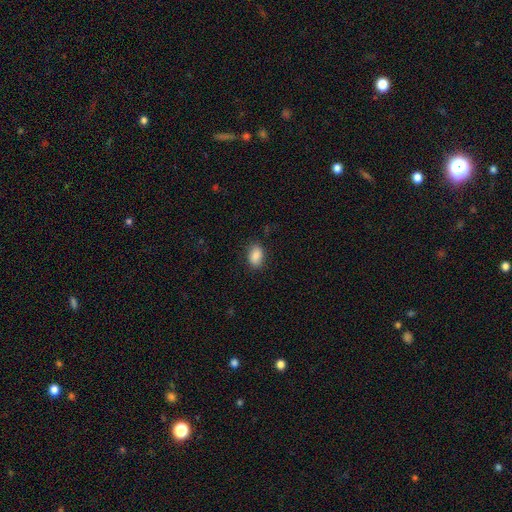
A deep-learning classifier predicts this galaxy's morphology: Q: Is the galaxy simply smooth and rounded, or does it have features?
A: smooth — 88%.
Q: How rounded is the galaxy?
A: in between — 87%.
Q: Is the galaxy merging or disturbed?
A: none — 83%.